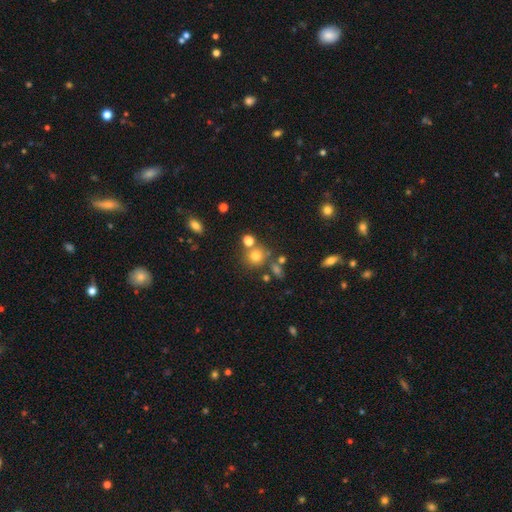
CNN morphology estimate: smooth_or_featured: smooth (p=0.72) [alt: star or artifact p=0.17]
how_rounded: round (p=0.87) [alt: in between p=0.12]
merging: none (p=0.67) [alt: merger p=0.19]